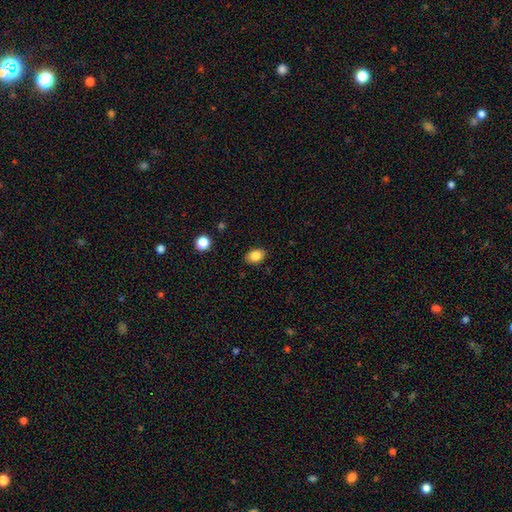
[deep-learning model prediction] Smooth or featured? Predicted: smooth (p=0.84). How rounded? Predicted: in between (p=0.77). Merging? Predicted: none (p=0.86).